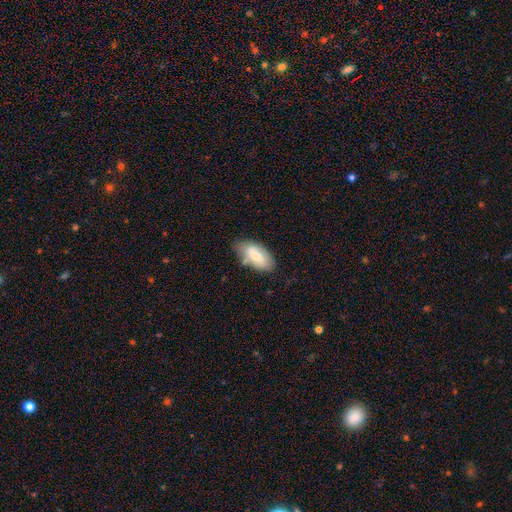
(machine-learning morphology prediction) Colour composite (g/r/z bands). It shows a smooth galaxy with no disk features (62%) that is in between round and cigar-shaped (92%). Merging: none (64%).